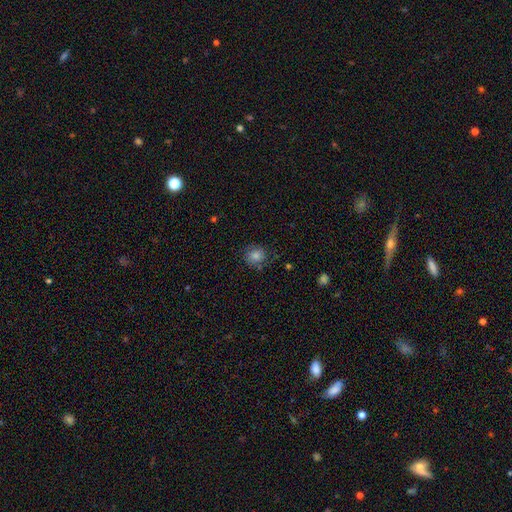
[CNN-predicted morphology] Smooth or featured? smooth (69%)
How rounded? round (85%)
Merging? none (76%)